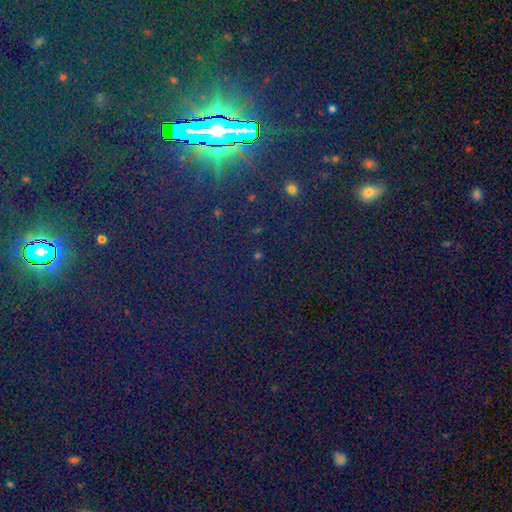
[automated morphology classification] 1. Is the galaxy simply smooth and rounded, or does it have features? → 79% star or artifact, 13% smooth, 8% featured or disk.